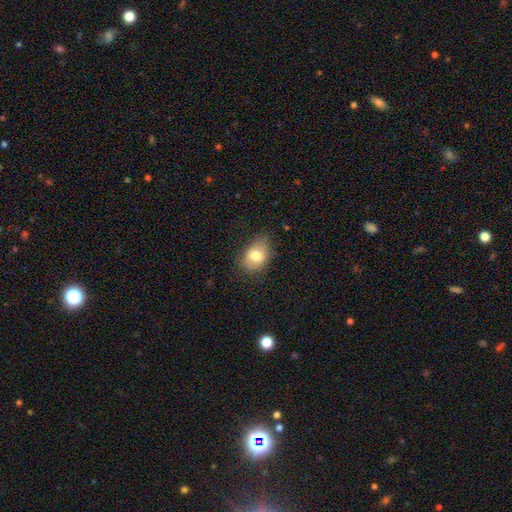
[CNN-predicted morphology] This is likely a smooth galaxy (77%). How rounded: likely in between (72%). Merging: likely none (62%).